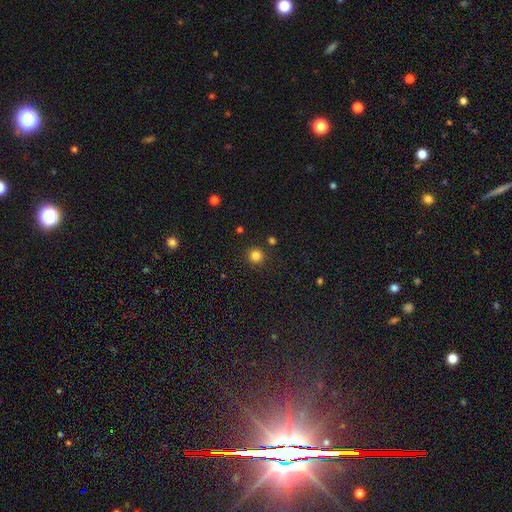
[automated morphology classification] smooth 82%, star or artifact 14%, featured or disk 4%. Down the decision tree: how rounded — round (95%); merging — none (89%).